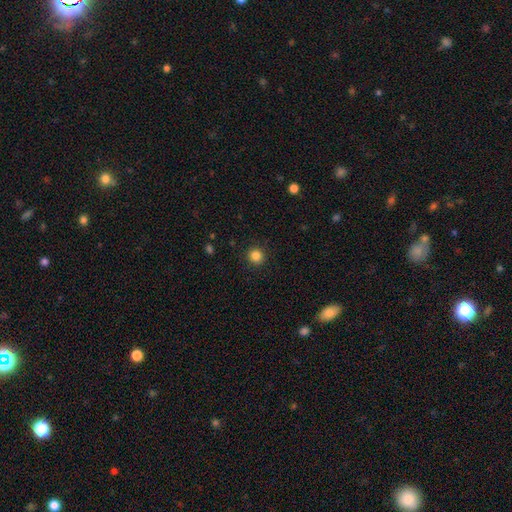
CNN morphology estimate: Q: Smooth or featured?
A: smooth (85%); runner-up: star or artifact (12%)
Q: How rounded?
A: round (93%); runner-up: in between (6%)
Q: Merging?
A: none (92%); runner-up: minor disturbance (5%)